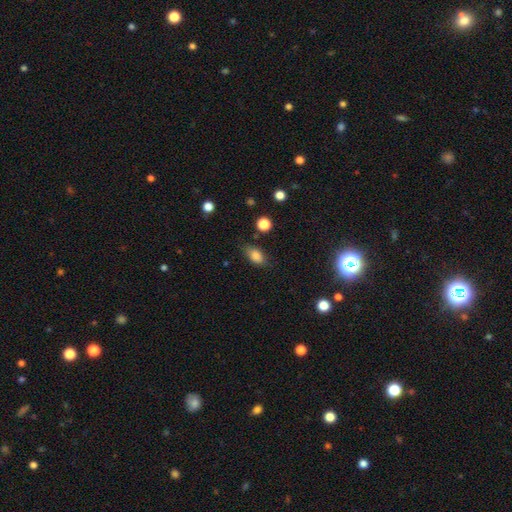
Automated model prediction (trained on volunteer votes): Q: Smooth or featured?
A: smooth (83%); runner-up: star or artifact (10%)
Q: How rounded?
A: in between (86%); runner-up: round (10%)
Q: Merging?
A: none (74%); runner-up: minor disturbance (19%)